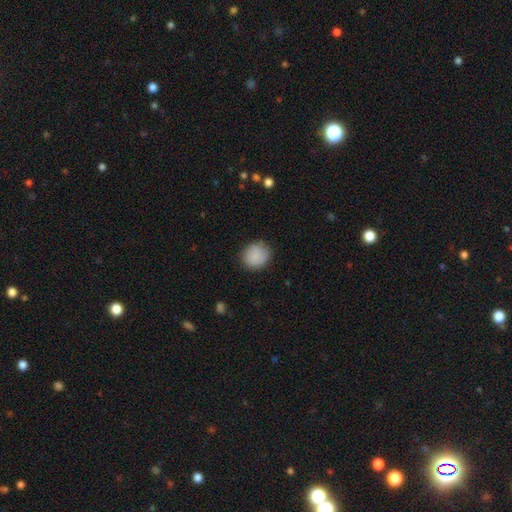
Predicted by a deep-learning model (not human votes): smooth-or-featured: smooth: 88% | star or artifact: 7% | featured or disk: 4%
  how-rounded: round: 80% | in between: 19% | cigar-shaped: 1%
  merging: none: 84% | minor disturbance: 12% | major disturbance: 3% | merger: 1%